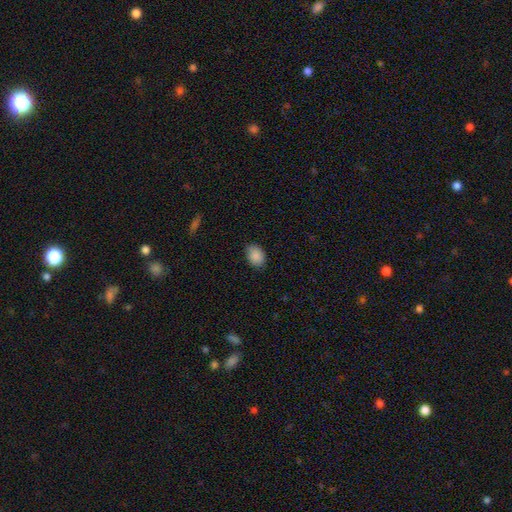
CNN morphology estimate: smooth-or-featured: smooth: 89% | star or artifact: 7% | featured or disk: 4%
  how-rounded: in between: 73% | round: 26% | cigar-shaped: 1%
  merging: none: 81% | minor disturbance: 15% | major disturbance: 3% | merger: 1%